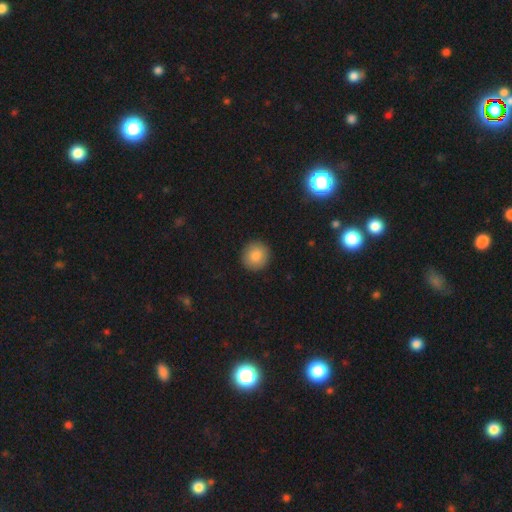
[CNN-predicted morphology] This appears to be a smooth galaxy with no disk features (86%) that is round (93%). Merging: none (92%).